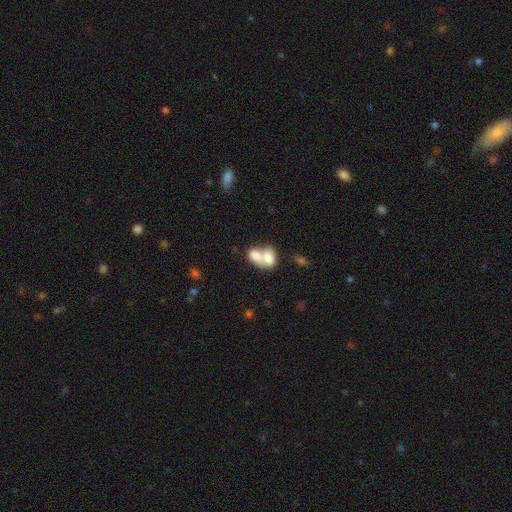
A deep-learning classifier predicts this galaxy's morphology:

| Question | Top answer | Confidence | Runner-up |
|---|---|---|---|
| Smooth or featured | smooth | 73% | featured or disk (19%) |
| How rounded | in between | 77% | round (21%) |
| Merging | merger | 78% | none (13%) |